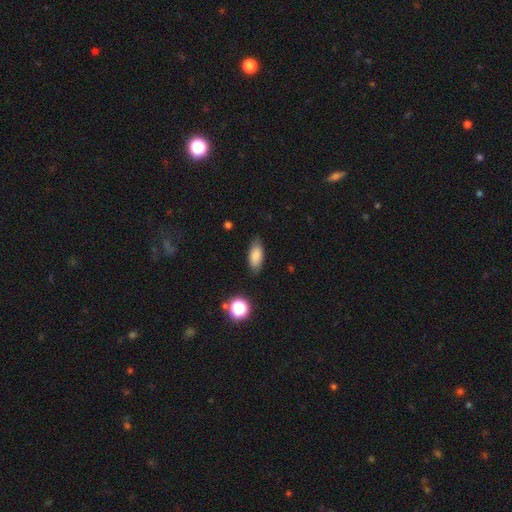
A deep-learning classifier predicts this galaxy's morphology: A smooth galaxy with no disk features (84%) that is in between round and cigar-shaped (84%).

Vote fractions:
- Smooth or featured? smooth: 84% / star or artifact: 9% / featured or disk: 8%
- How rounded? in between: 84% / cigar-shaped: 12% / round: 4%
- Merging? none: 82% / minor disturbance: 14% / major disturbance: 3% / merger: 1%